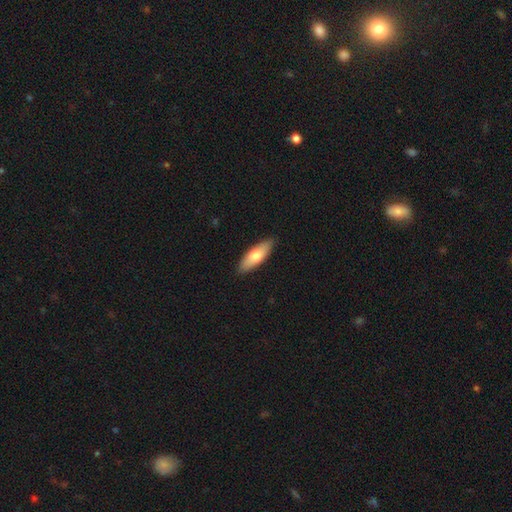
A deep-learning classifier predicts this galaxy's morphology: smooth 70%, featured or disk 24%, star or artifact 5%. Down the decision tree: how rounded — in between (57%); merging — none (89%).